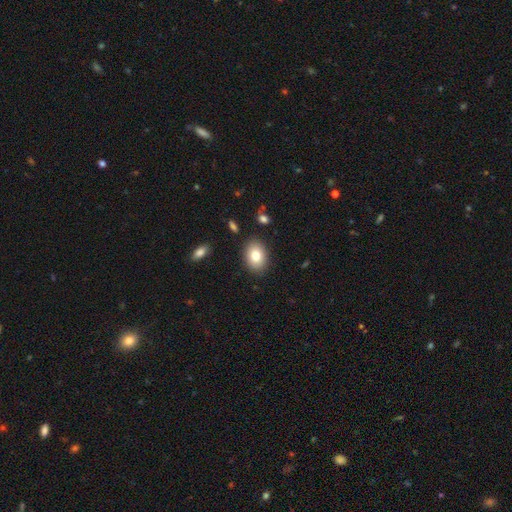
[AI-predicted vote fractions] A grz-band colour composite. It shows a smooth galaxy with no disk features (81%) that is in between round and cigar-shaped (80%). Merging: none (87%).